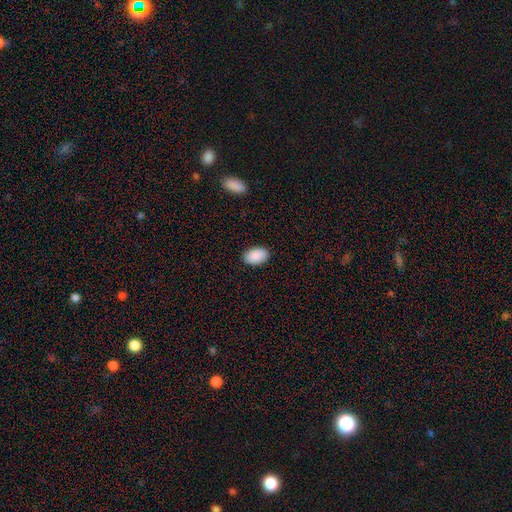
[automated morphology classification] Smooth or featured?
  - smooth: 91% *
  - star or artifact: 6%
  - featured or disk: 3%
How rounded?
  - in between: 92% *
  - round: 6%
  - cigar-shaped: 1%
Merging?
  - none: 89% *
  - minor disturbance: 8%
  - major disturbance: 2%
  - merger: 1%